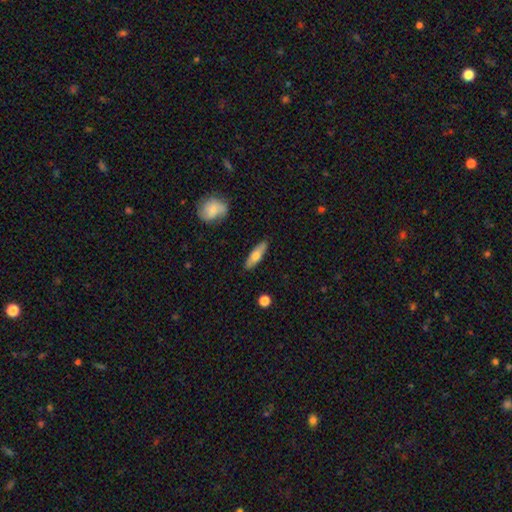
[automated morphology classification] smooth_or_featured: smooth (p=0.63) [alt: featured or disk p=0.31]
how_rounded: cigar-shaped (p=0.60) [alt: in between p=0.38]
merging: none (p=0.87) [alt: minor disturbance p=0.09]